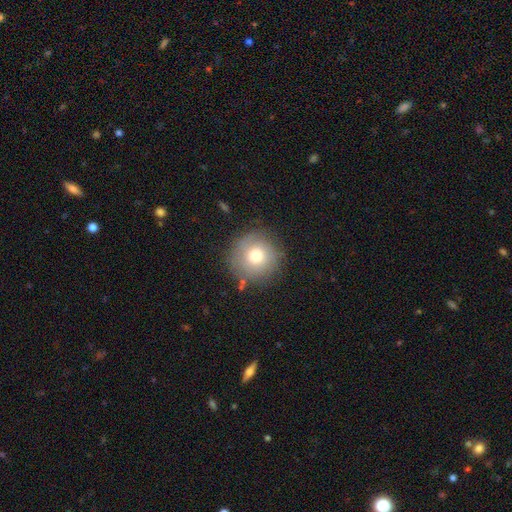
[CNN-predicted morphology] The model was most divided on "smooth or featured": smooth: 69%, featured or disk: 21%, star or artifact: 10%. More confident: how rounded — round (95%); merging — none (81%).